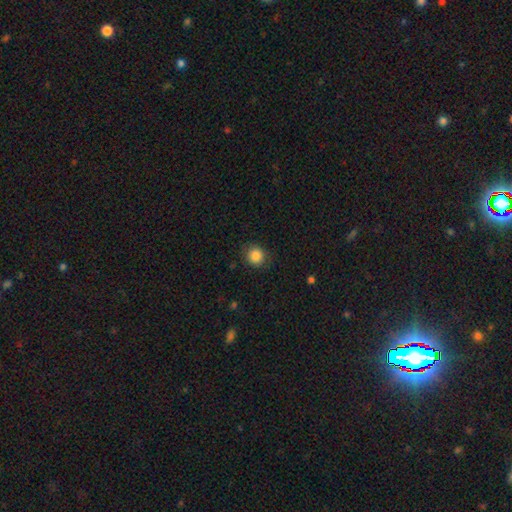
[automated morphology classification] A smooth galaxy with no disk features (86%) that is round (85%).

Vote fractions:
- Smooth or featured? smooth: 86% / star or artifact: 10% / featured or disk: 5%
- How rounded? round: 85% / in between: 14% / cigar-shaped: 1%
- Merging? none: 84% / minor disturbance: 11% / major disturbance: 4% / merger: 1%